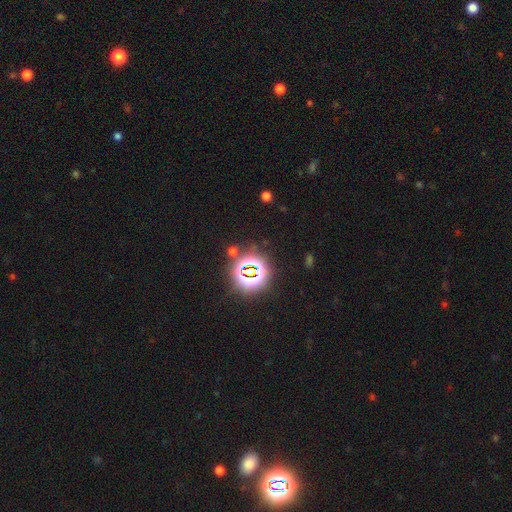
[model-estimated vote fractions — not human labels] Overall: star or artifact (80%).